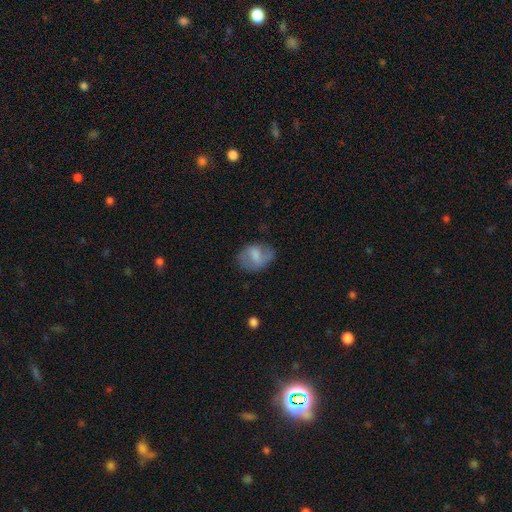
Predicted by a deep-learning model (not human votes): smooth-or-featured: smooth: 58% | featured or disk: 35% | star or artifact: 8%
  how-rounded: in between: 68% | round: 30% | cigar-shaped: 2%
  merging: none: 66% | minor disturbance: 22% | major disturbance: 10% | merger: 2%